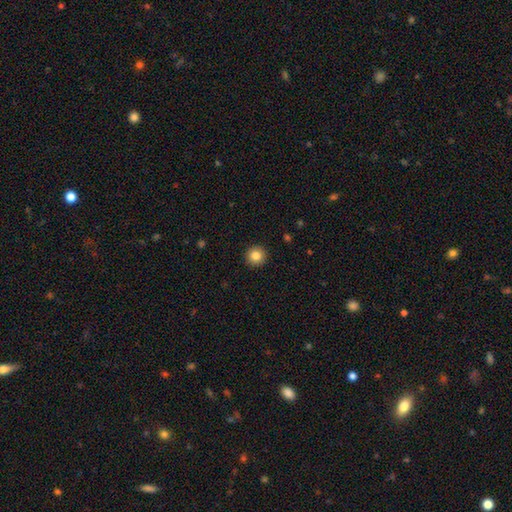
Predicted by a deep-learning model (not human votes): Q: Smooth or featured?
A: smooth (83%); runner-up: star or artifact (10%)
Q: How rounded?
A: round (95%); runner-up: in between (4%)
Q: Merging?
A: none (93%); runner-up: minor disturbance (5%)